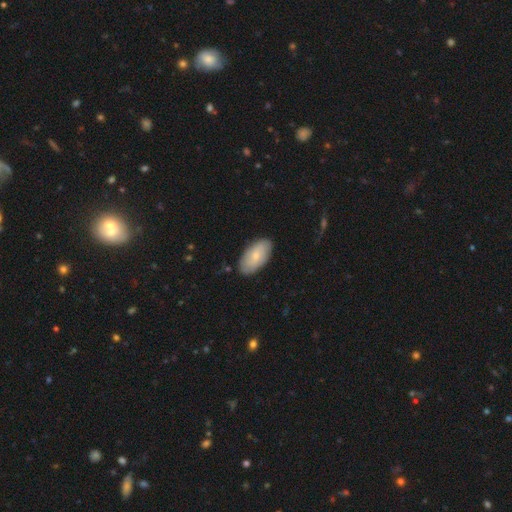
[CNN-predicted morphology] smooth 64%, featured or disk 30%, star or artifact 6%. Down the decision tree: how rounded — in between (94%); merging — none (83%).